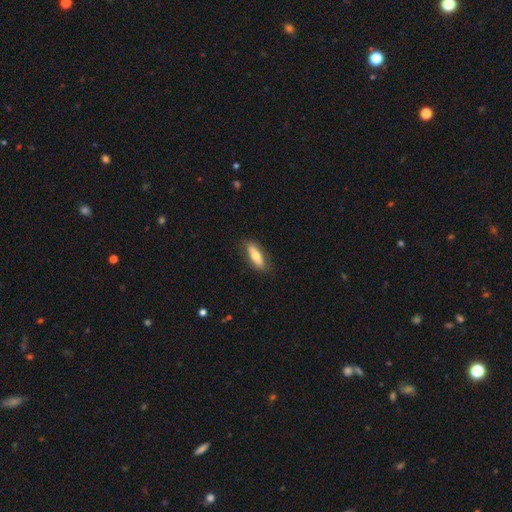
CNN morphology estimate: smooth_or_featured: smooth (p=0.66) [alt: featured or disk p=0.28]
how_rounded: in between (p=0.61) [alt: cigar-shaped p=0.37]
merging: none (p=0.83) [alt: minor disturbance p=0.13]